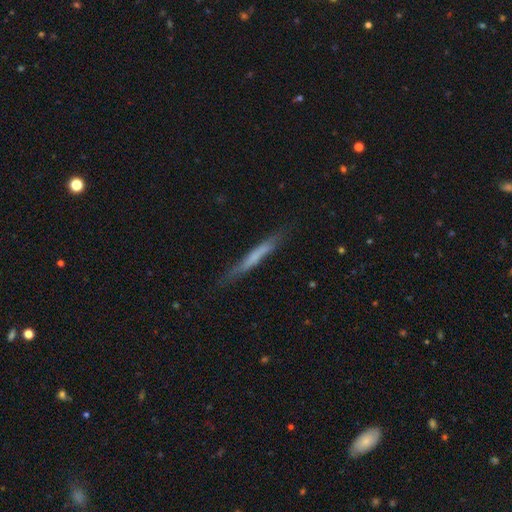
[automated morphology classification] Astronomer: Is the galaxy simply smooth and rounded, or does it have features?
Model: smooth — 54% (runner-up: featured or disk, 40%).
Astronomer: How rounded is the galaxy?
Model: cigar-shaped — 96%.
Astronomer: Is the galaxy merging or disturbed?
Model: none — 78%.